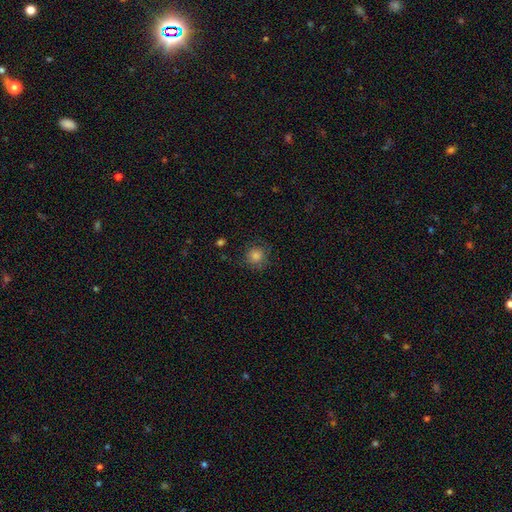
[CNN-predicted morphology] Smooth or featured? smooth (79%)
How rounded? round (92%)
Merging? none (80%)